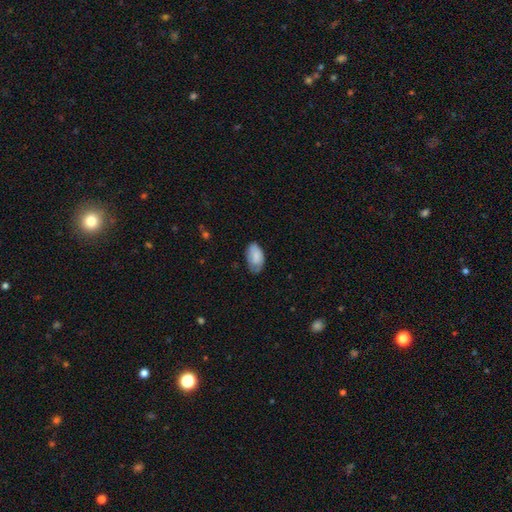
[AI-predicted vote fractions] smooth 82%, featured or disk 11%, star or artifact 6%. Down the decision tree: how rounded — in between (94%); merging — none (61%).